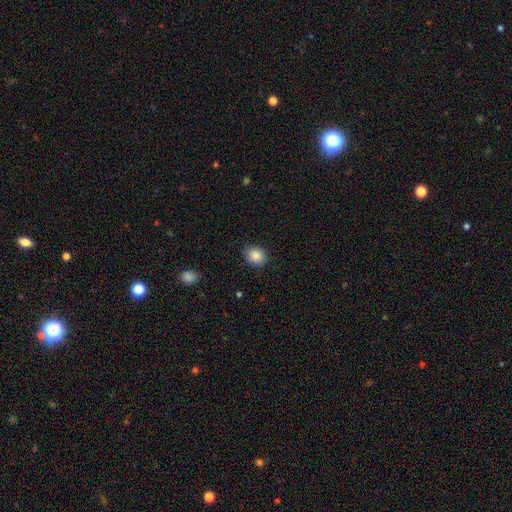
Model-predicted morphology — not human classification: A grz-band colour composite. It shows a smooth galaxy with no disk features (86%) that is round (54%). Merging: none (86%).